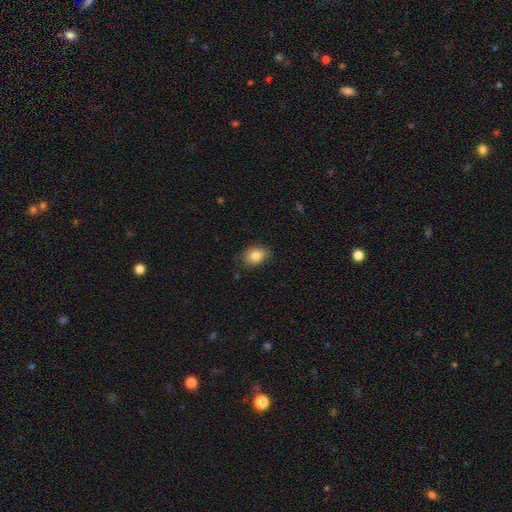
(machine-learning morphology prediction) Smooth or featured?
  - smooth: 85% *
  - star or artifact: 8%
  - featured or disk: 6%
How rounded?
  - in between: 65% *
  - round: 34%
  - cigar-shaped: 1%
Merging?
  - none: 79% *
  - minor disturbance: 16%
  - major disturbance: 3%
  - merger: 1%